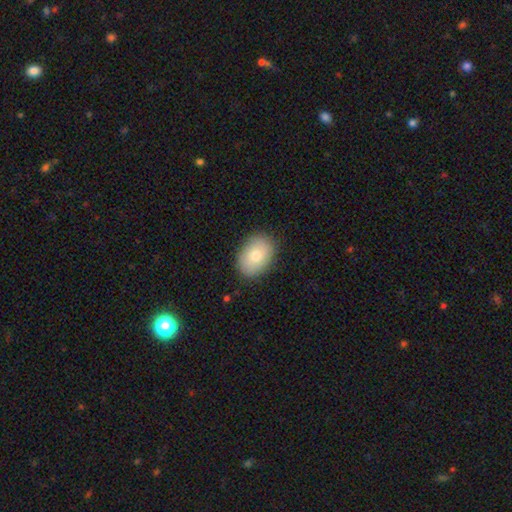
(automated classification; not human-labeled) Smooth or featured?
  - smooth: 78% *
  - featured or disk: 15%
  - star or artifact: 7%
How rounded?
  - in between: 79% *
  - round: 20%
  - cigar-shaped: 1%
Merging?
  - none: 87% *
  - minor disturbance: 10%
  - major disturbance: 2%
  - merger: 1%